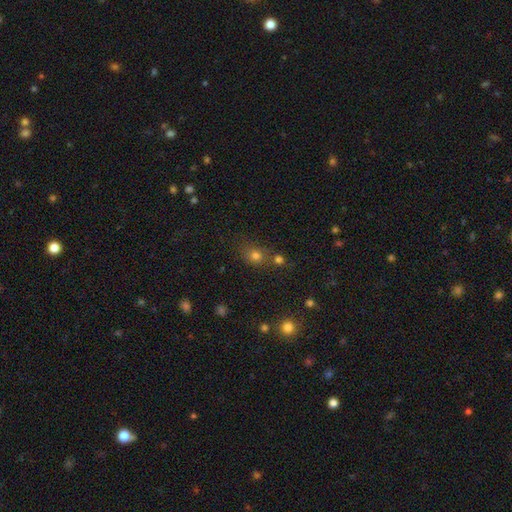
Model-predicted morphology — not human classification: The model was most divided on "merging": none: 60%, merger: 21%, minor disturbance: 13%, major disturbance: 5%. More confident: how rounded — round (73%); smooth or featured — smooth (71%).